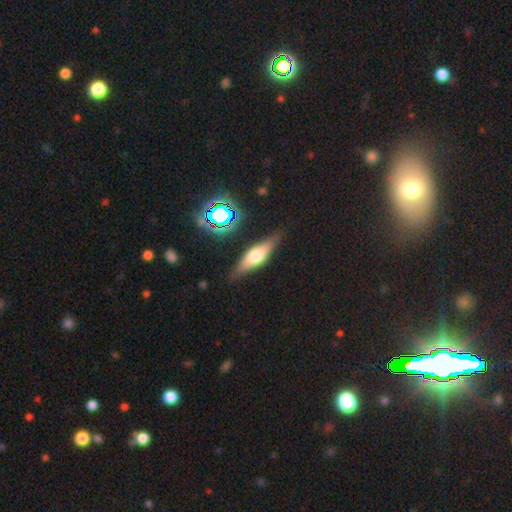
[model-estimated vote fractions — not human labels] Overall: featured or disk (49%; smooth 41%). Merging: none (80%).